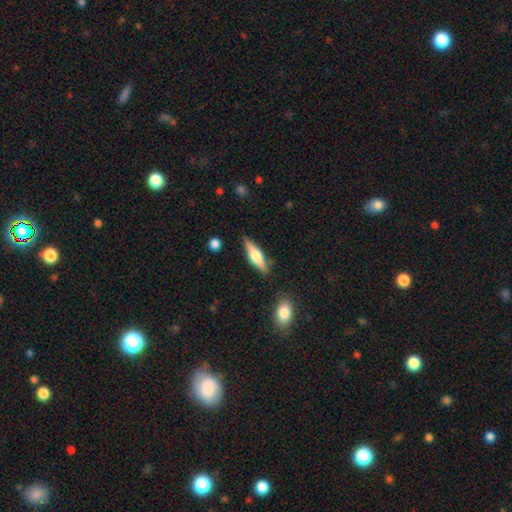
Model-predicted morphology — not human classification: smooth 48%, featured or disk 46%, star or artifact 6%. Down the decision tree: merging — none (83%).